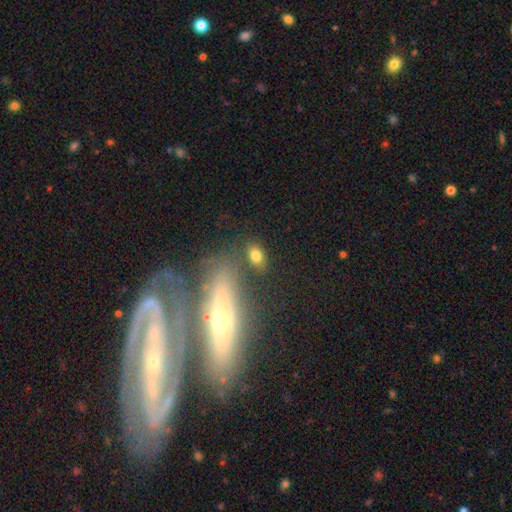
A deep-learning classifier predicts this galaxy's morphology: smooth-or-featured: smooth: 77% | featured or disk: 12% | star or artifact: 11%
  how-rounded: in between: 83% | round: 14% | cigar-shaped: 4%
  merging: none: 76% | minor disturbance: 12% | merger: 7% | major disturbance: 5%